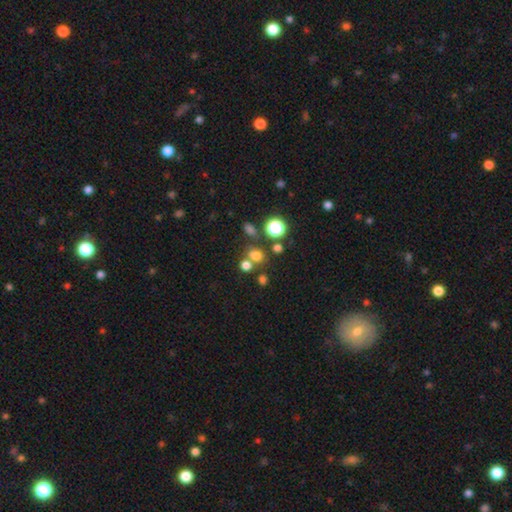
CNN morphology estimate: The model was most divided on "how rounded": round: 63%, in between: 35%, cigar-shaped: 1%. More confident: smooth or featured — smooth (67%); merging — none (60%).